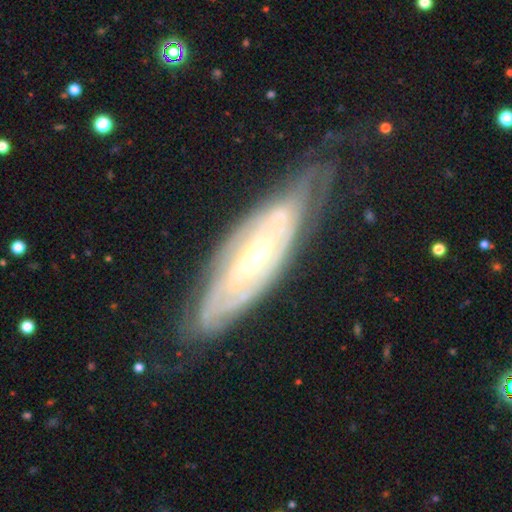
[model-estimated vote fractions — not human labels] Morphology: type=featured or disk (83%); edge-on=no (79%); bar=weak (39%); spiral arms=yes (91%); winding=tight (74%); arm count=can't tell (56%); bulge=small (57%); merging=none (64%).